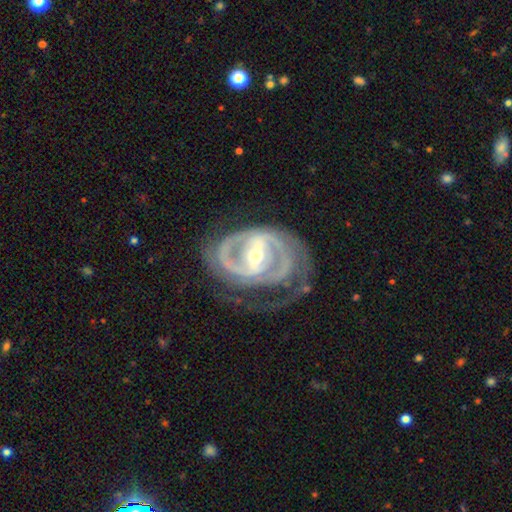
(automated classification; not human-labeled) A featured or disk galaxy (91%) with a strong bar (63%), 2 (65%) tight (53%) spiral arms (95%) and a small central bulge (52%). Merging: none (54%).